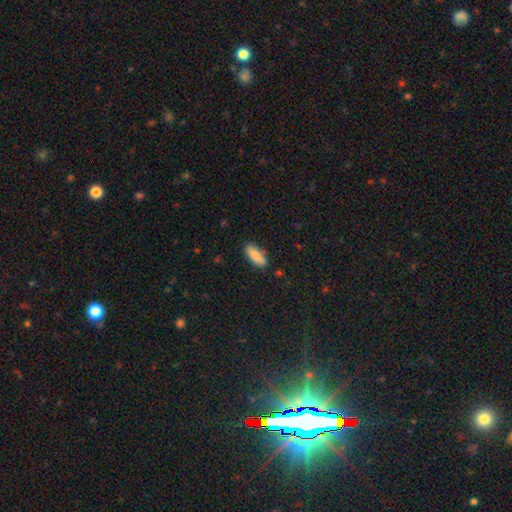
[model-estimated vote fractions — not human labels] smooth 85%, featured or disk 8%, star or artifact 6%. Down the decision tree: how rounded — in between (75%); merging — none (83%).